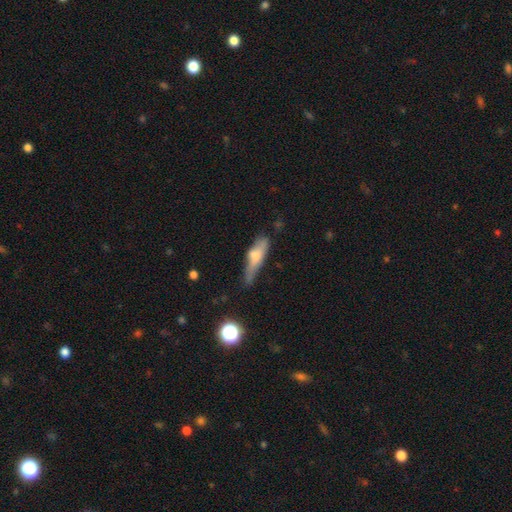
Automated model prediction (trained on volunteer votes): Q: Smooth or featured?
A: smooth (58%); runner-up: featured or disk (34%)
Q: How rounded?
A: cigar-shaped (62%); runner-up: in between (35%)
Q: Merging?
A: none (42%); runner-up: minor disturbance (35%)